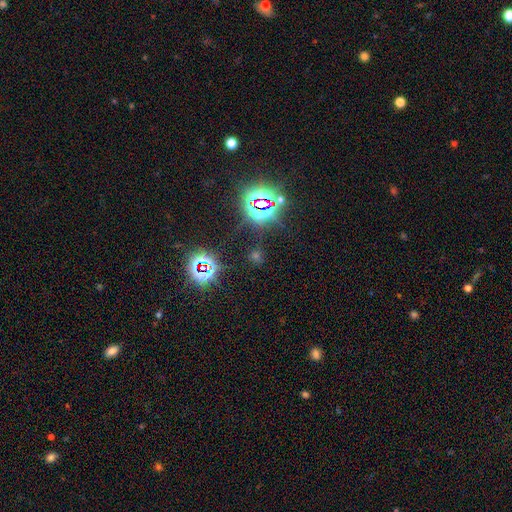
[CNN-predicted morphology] Overall: star or artifact (67%).